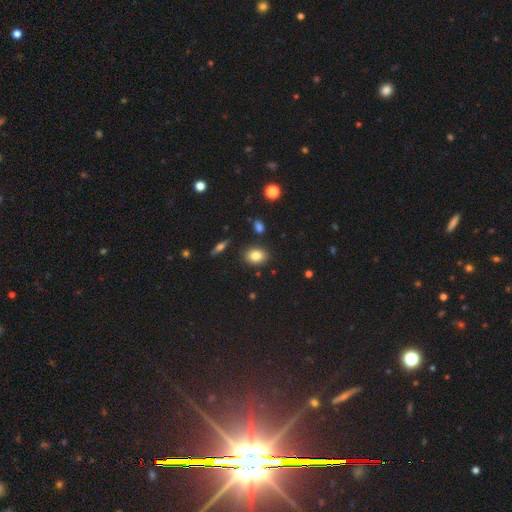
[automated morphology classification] Smooth or featured?
  - smooth: 82% *
  - star or artifact: 9%
  - featured or disk: 9%
How rounded?
  - in between: 66% *
  - round: 32%
  - cigar-shaped: 2%
Merging?
  - none: 86% *
  - minor disturbance: 9%
  - merger: 3%
  - major disturbance: 2%